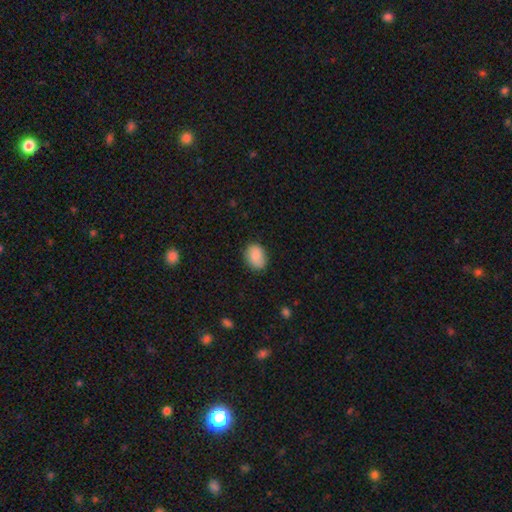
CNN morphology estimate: Overall: smooth (85%). How rounded: in between (65%; round 34%). Merging: none (77%).